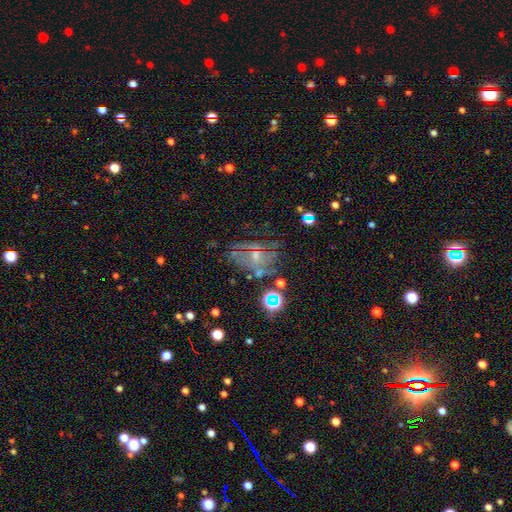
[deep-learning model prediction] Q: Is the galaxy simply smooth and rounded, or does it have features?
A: featured or disk — 48%.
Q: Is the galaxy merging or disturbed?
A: none — 49%.